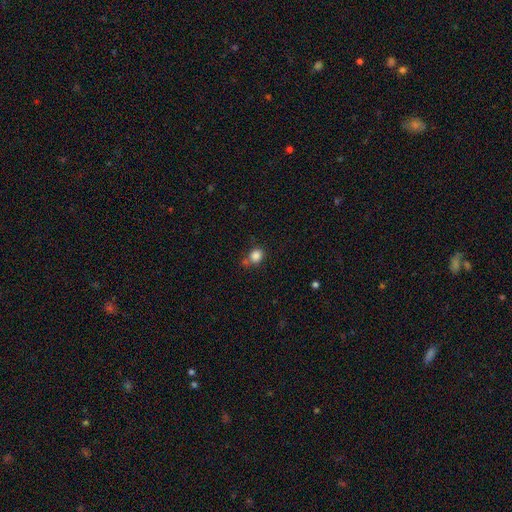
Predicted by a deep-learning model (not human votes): Smooth or featured?
  - smooth: 85% *
  - star or artifact: 11%
  - featured or disk: 5%
How rounded?
  - round: 71% *
  - in between: 28%
  - cigar-shaped: 1%
Merging?
  - none: 60% *
  - minor disturbance: 18%
  - merger: 16%
  - major disturbance: 6%